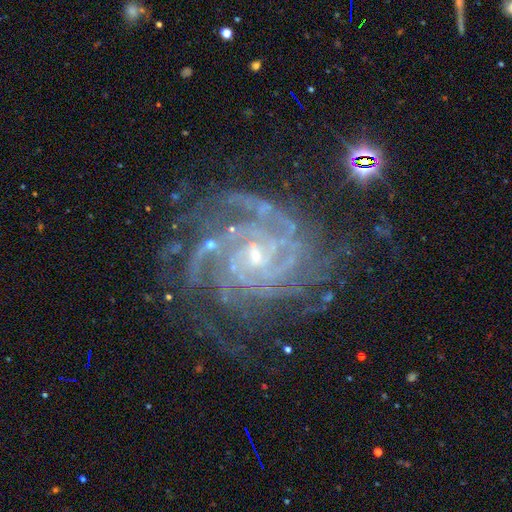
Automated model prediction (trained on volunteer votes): Smooth or featured? featured or disk (90%)
Edge-on disk? no (98%)
Bar? no (56%)
Spiral arms? yes (98%)
Spiral winding? tight (76%)
Spiral arm count? 4 (25%)
Bulge size? small (74%)
Merging? none (70%)